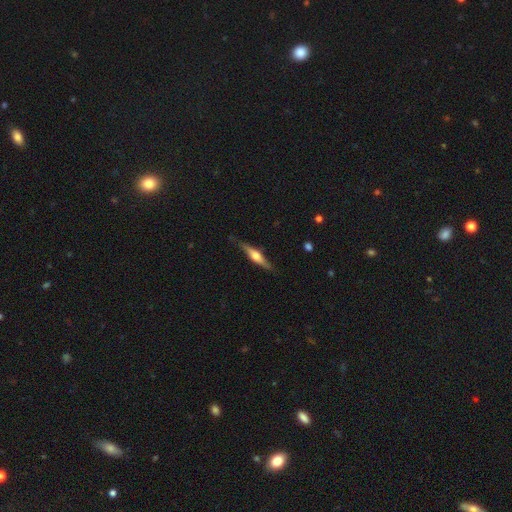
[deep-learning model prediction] smooth_or_featured: featured or disk (p=0.61) [alt: smooth p=0.33]
disk_edge_on: yes (p=0.94) [alt: no p=0.06]
edge_on_bulge: rounded (p=0.86) [alt: boxy p=0.10]
merging: none (p=0.79) [alt: minor disturbance p=0.17]